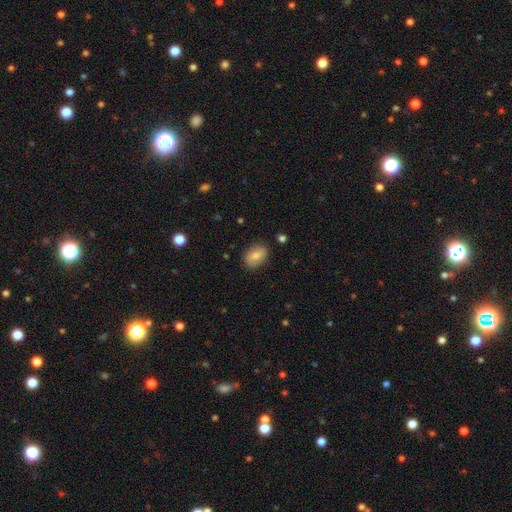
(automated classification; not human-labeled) Q: Smooth or featured?
A: smooth (74%); runner-up: featured or disk (19%)
Q: How rounded?
A: in between (75%); runner-up: round (23%)
Q: Merging?
A: none (83%); runner-up: minor disturbance (13%)